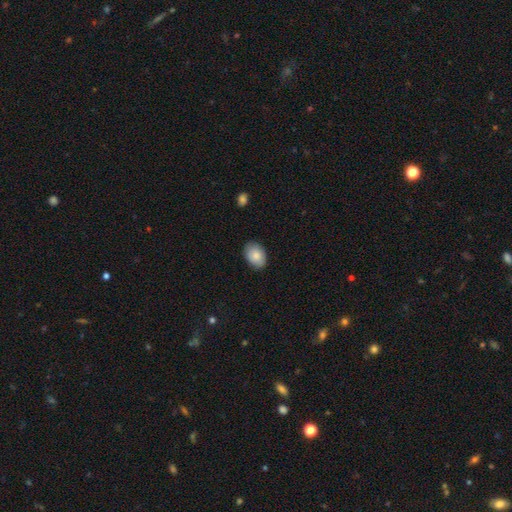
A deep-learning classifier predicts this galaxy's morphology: smooth-or-featured: smooth: 84% | featured or disk: 9% | star or artifact: 7%
  how-rounded: in between: 79% | round: 20% | cigar-shaped: 1%
  merging: none: 84% | minor disturbance: 13% | major disturbance: 2% | merger: 1%